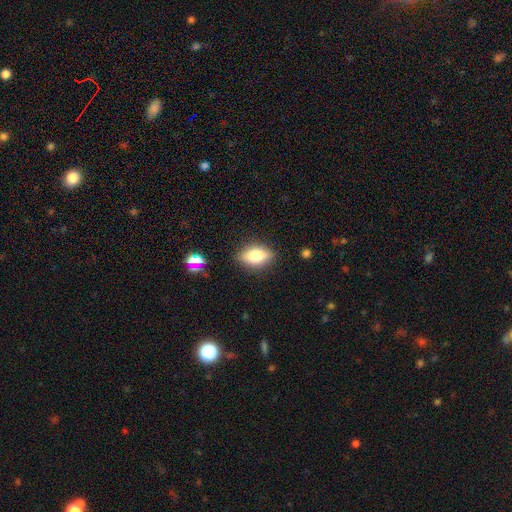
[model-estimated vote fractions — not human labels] smooth 66%, featured or disk 24%, star or artifact 9%. Down the decision tree: how rounded — in between (80%); merging — none (85%).